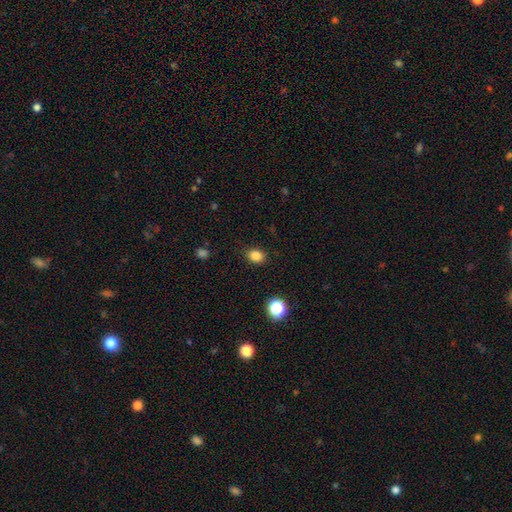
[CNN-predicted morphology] This is clearly a smooth galaxy (84%). How rounded: likely in between (61%). Merging: clearly none (87%).